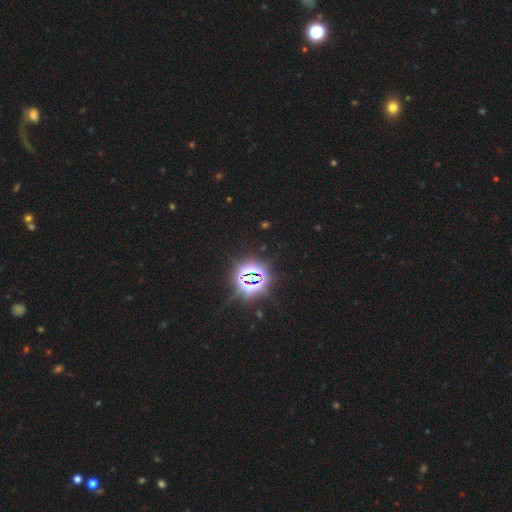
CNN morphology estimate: Smooth or featured?
  - star or artifact: 83% *
  - smooth: 11%
  - featured or disk: 6%